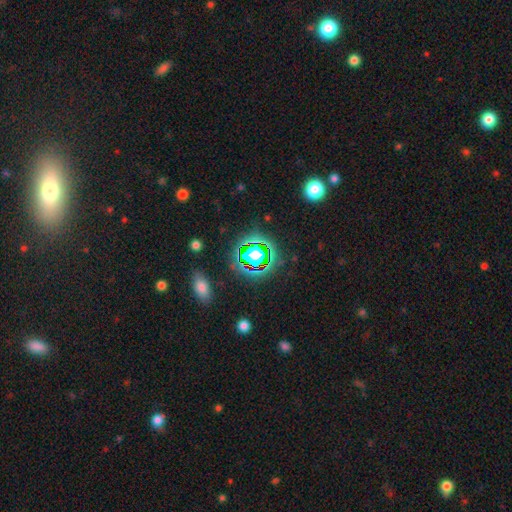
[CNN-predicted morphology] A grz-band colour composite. It shows a star or artifact, not a galaxy (71%).